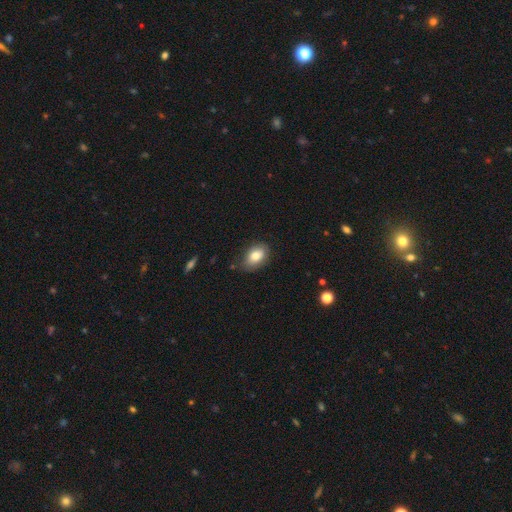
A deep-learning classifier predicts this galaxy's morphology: Smooth or featured?
  - smooth: 82% *
  - featured or disk: 11%
  - star or artifact: 8%
How rounded?
  - in between: 88% *
  - round: 11%
  - cigar-shaped: 2%
Merging?
  - none: 73% *
  - minor disturbance: 21%
  - major disturbance: 4%
  - merger: 2%